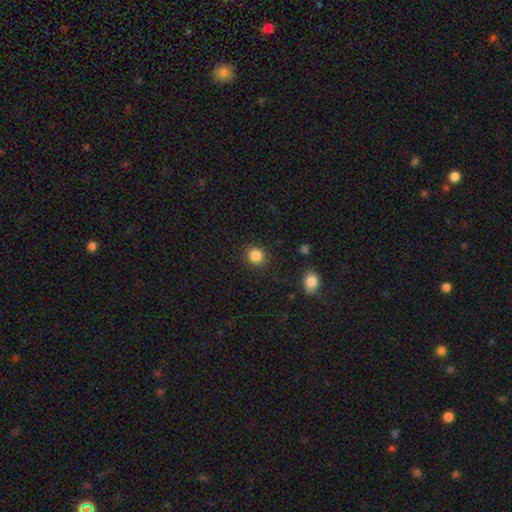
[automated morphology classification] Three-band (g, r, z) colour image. It shows a smooth galaxy with no disk features (86%) that is round (82%). Merging: none (89%).